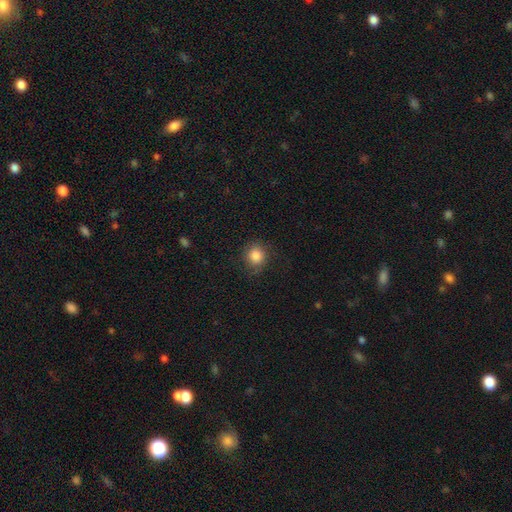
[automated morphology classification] Q: Smooth or featured?
A: smooth (84%); runner-up: star or artifact (9%)
Q: How rounded?
A: round (81%); runner-up: in between (18%)
Q: Merging?
A: none (77%); runner-up: minor disturbance (16%)